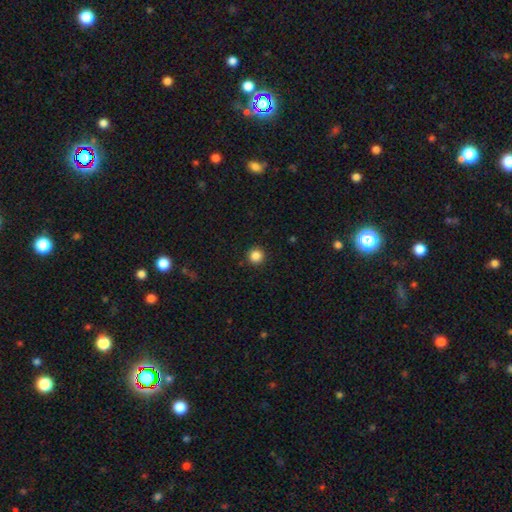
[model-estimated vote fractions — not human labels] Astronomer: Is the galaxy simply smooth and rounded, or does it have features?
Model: smooth — 86%.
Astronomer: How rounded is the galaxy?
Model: round — 96%.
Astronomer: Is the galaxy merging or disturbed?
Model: none — 93%.